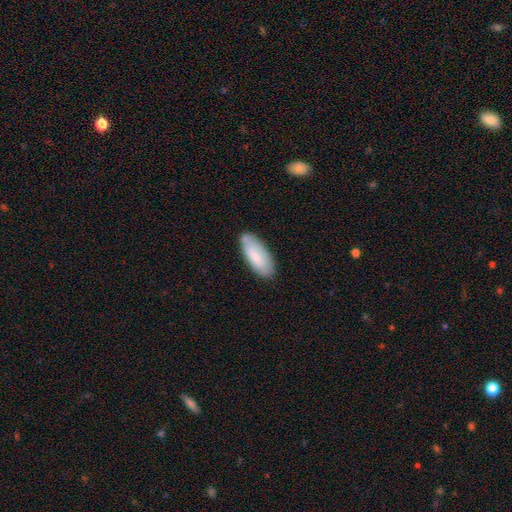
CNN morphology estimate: smooth_or_featured: smooth (p=0.77) [alt: featured or disk p=0.17]
how_rounded: in between (p=0.79) [alt: cigar-shaped p=0.20]
merging: none (p=0.78) [alt: minor disturbance p=0.17]